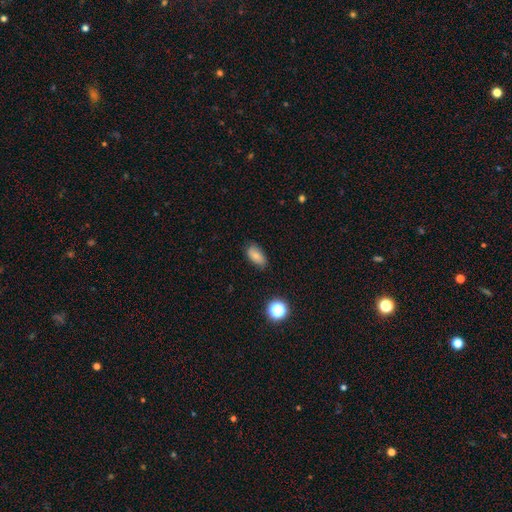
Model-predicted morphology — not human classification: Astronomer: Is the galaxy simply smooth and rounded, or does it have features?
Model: smooth — 77%.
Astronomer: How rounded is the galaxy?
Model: in between — 90%.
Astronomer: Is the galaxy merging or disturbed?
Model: none — 80%.